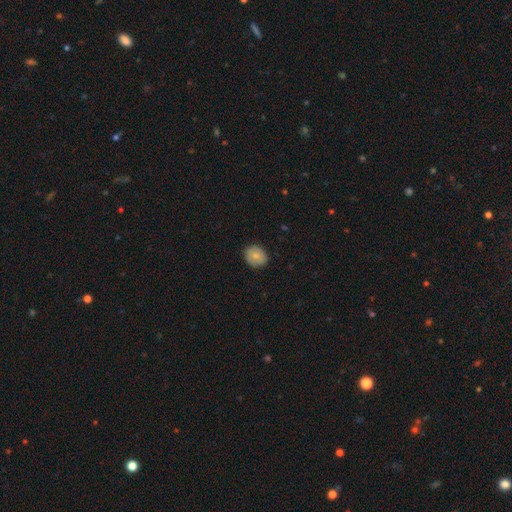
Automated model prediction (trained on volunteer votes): Smooth or featured: smooth — 75% (featured or disk — 17%)
How rounded: round — 71% (in between — 28%)
Merging: none — 85% (minor disturbance — 12%)